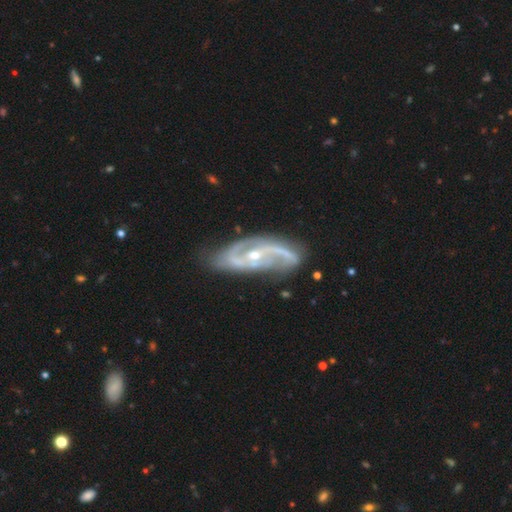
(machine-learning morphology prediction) Smooth or featured?
  - featured or disk: 91% *
  - star or artifact: 5%
  - smooth: 5%
Edge-on disk?
  - no: 94% *
  - yes: 6%
Bar?
  - no: 43% *
  - weak: 35%
  - strong: 23%
Spiral arms?
  - yes: 97% *
  - no: 3%
Spiral winding?
  - medium: 48% *
  - loose: 31%
  - tight: 21%
Spiral arm count?
  - 2: 84% *
  - can't tell: 5%
  - 3: 5%
  - 1: 3%
  - 4: 2%
  - more than 4: 2%
Bulge size?
  - small: 54% *
  - moderate: 43%
  - large: 1%
  - none: 1%
  - dominant: 1%
Merging?
  - none: 66% *
  - minor disturbance: 21%
  - major disturbance: 10%
  - merger: 3%